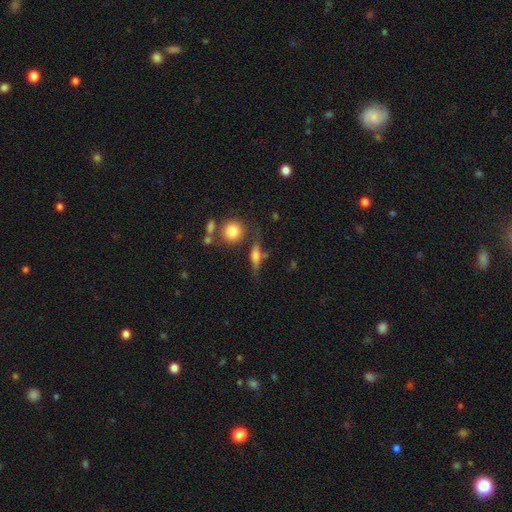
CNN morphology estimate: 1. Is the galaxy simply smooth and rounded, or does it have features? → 56% smooth, 34% featured or disk, 10% star or artifact.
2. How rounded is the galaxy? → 47% cigar-shaped, 41% in between, 12% round.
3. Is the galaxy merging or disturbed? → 63% none, 19% minor disturbance, 9% merger, 9% major disturbance.